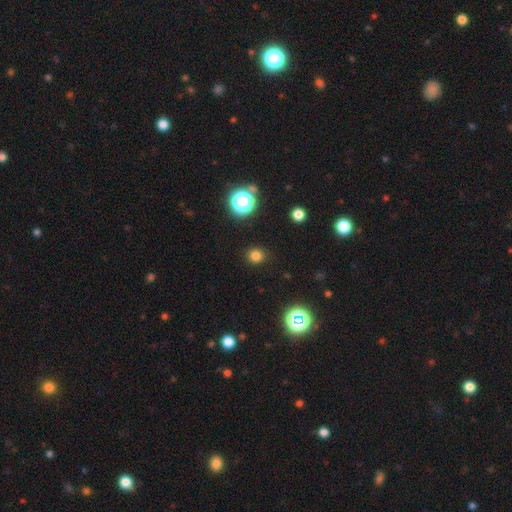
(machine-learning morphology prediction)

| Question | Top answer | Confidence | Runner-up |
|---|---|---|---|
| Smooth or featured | smooth | 78% | star or artifact (17%) |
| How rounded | round | 88% | in between (11%) |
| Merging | none | 90% | minor disturbance (6%) |